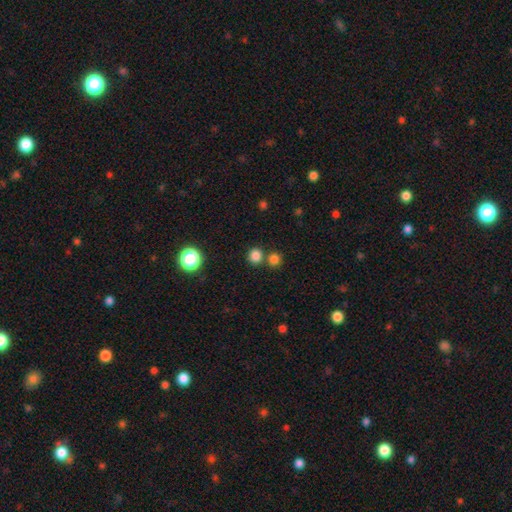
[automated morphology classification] This appears to be a smooth galaxy with no disk features (81%) that is round (90%). Merging: none (72%).